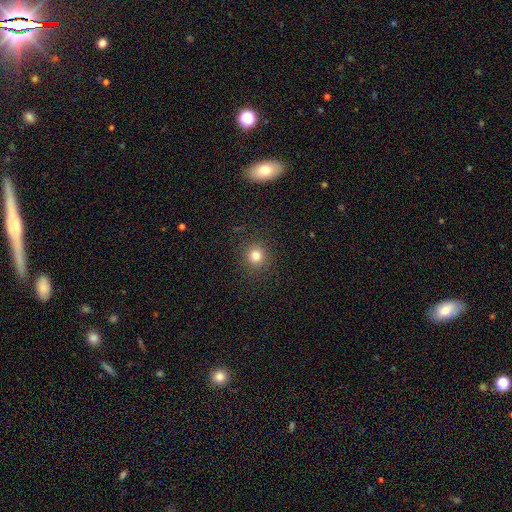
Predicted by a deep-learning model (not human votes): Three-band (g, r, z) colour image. It shows a smooth galaxy with no disk features (79%) that is round (93%). Merging: none (90%).